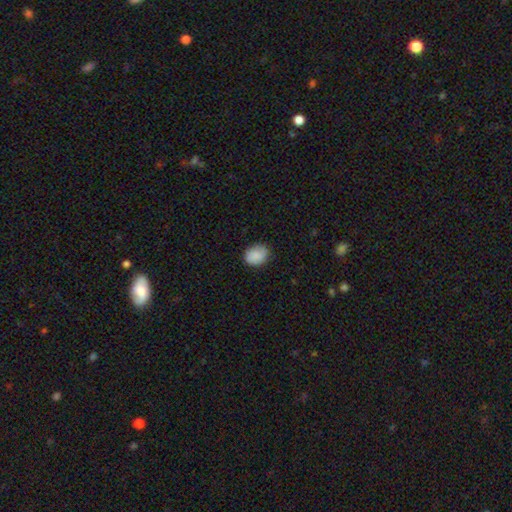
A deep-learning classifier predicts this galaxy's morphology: Smooth or featured: smooth — 87% (star or artifact — 7%)
How rounded: in between — 52% (round — 47%)
Merging: none — 78% (minor disturbance — 18%)